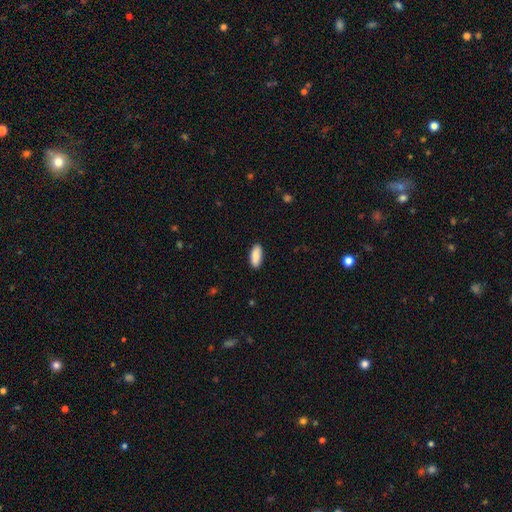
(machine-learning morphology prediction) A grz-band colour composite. It shows a smooth galaxy with no disk features (87%) that is in between round and cigar-shaped (82%). Merging: none (89%).